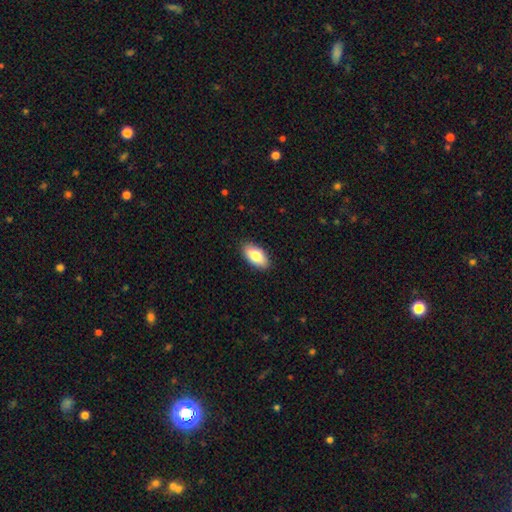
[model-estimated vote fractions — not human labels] This is clearly a smooth galaxy (83%). How rounded: clearly in between (94%). Merging: clearly none (89%).